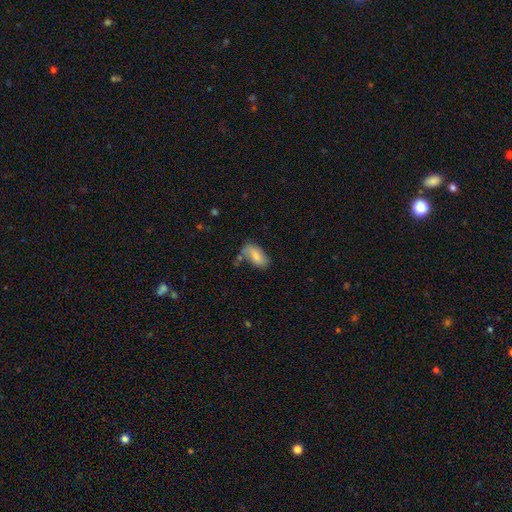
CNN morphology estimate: Smooth or featured?
  - smooth: 69% *
  - featured or disk: 23%
  - star or artifact: 7%
How rounded?
  - in between: 91% *
  - cigar-shaped: 5%
  - round: 4%
Merging?
  - none: 57% *
  - minor disturbance: 26%
  - merger: 8%
  - major disturbance: 8%